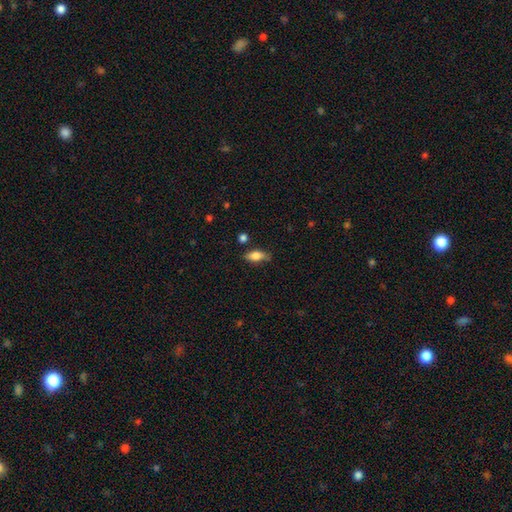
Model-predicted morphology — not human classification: smooth 71%, featured or disk 22%, star or artifact 8%. Down the decision tree: how rounded — in between (80%); merging — none (76%).